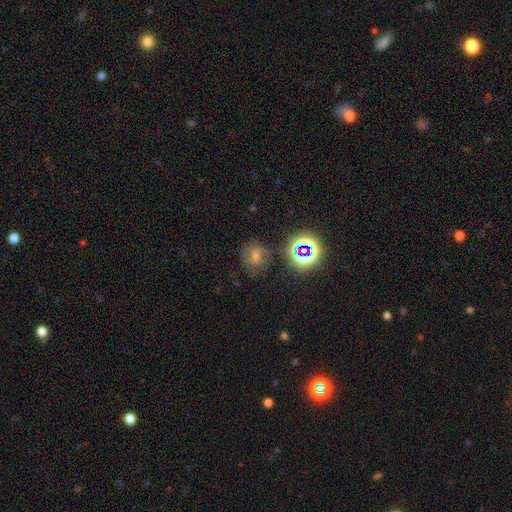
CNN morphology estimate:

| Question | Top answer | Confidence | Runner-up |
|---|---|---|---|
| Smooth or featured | star or artifact | 43% | smooth (35%) |